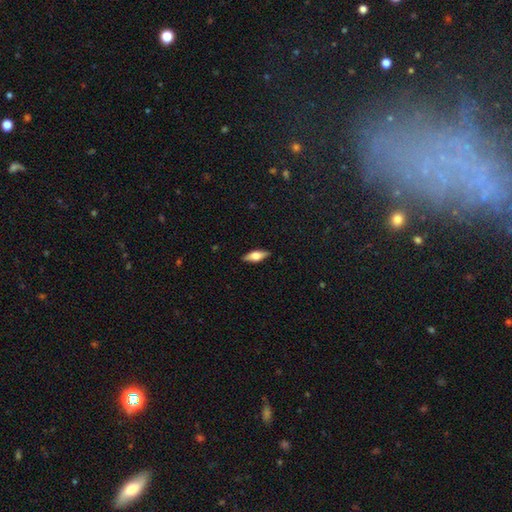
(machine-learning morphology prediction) A smooth galaxy with no disk features (54%) that is in between round and cigar-shaped (63%). Merging: none (88%).